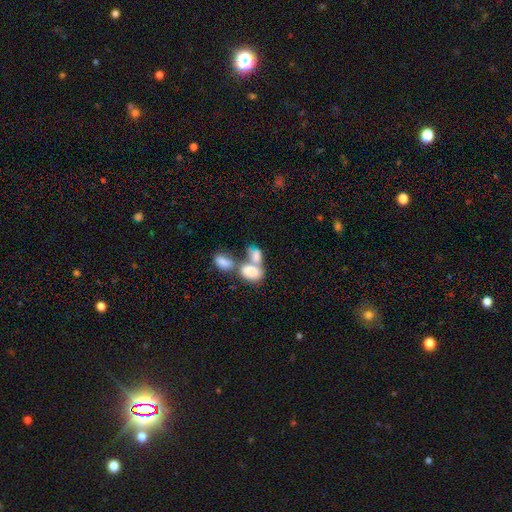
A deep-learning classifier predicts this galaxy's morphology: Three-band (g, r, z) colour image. It shows a smooth galaxy with no disk features (76%) that is in between round and cigar-shaped (90%). Merging: merger (69%).